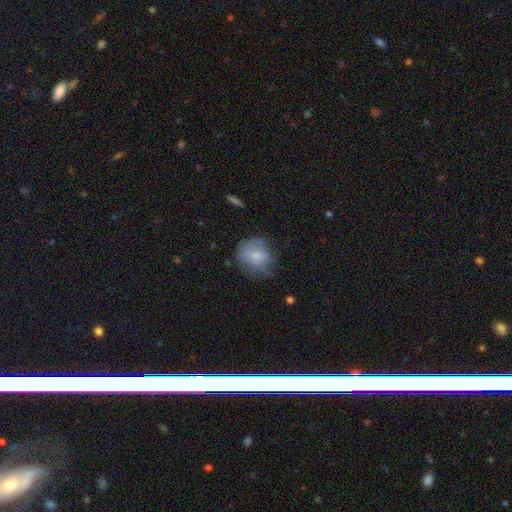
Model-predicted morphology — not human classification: type=smooth (71%); roundness=round (66%); merging=none (52%).